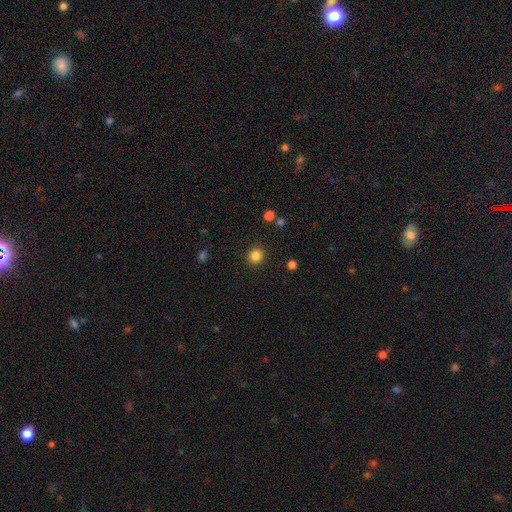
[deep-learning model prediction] smooth_or_featured: smooth (p=0.84) [alt: star or artifact p=0.12]
how_rounded: round (p=0.89) [alt: in between p=0.10]
merging: none (p=0.90) [alt: minor disturbance p=0.06]